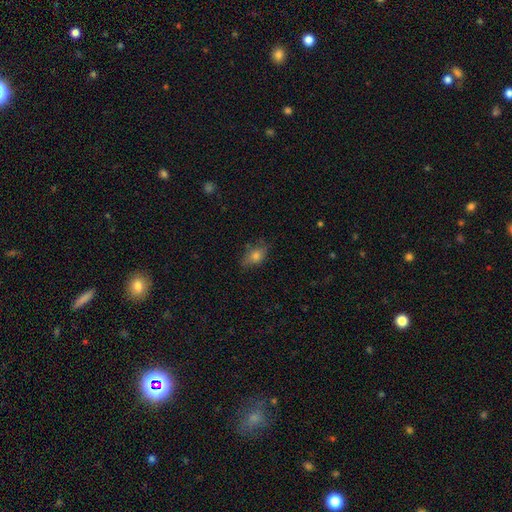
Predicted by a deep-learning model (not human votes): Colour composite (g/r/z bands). It shows a smooth galaxy with no disk features (66%) that is in between round and cigar-shaped (77%). Merging: none (68%).